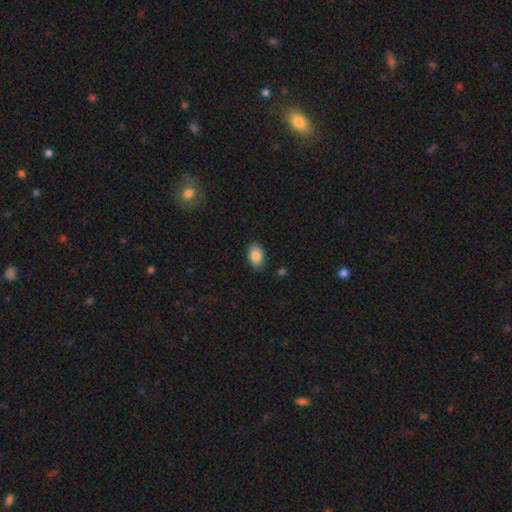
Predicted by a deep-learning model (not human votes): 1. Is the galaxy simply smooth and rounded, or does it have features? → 87% smooth, 7% star or artifact, 6% featured or disk.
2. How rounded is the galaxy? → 86% in between, 12% round, 1% cigar-shaped.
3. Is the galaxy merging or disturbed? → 84% none, 12% minor disturbance, 2% major disturbance, 1% merger.